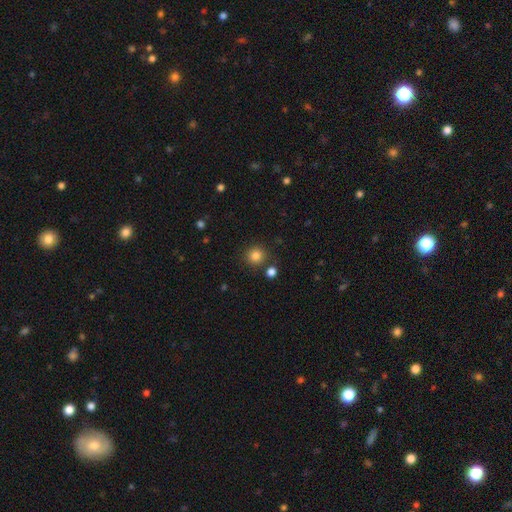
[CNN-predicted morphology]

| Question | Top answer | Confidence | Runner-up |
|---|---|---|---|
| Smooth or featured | smooth | 83% | star or artifact (12%) |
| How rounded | round | 91% | in between (8%) |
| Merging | none | 83% | minor disturbance (8%) |